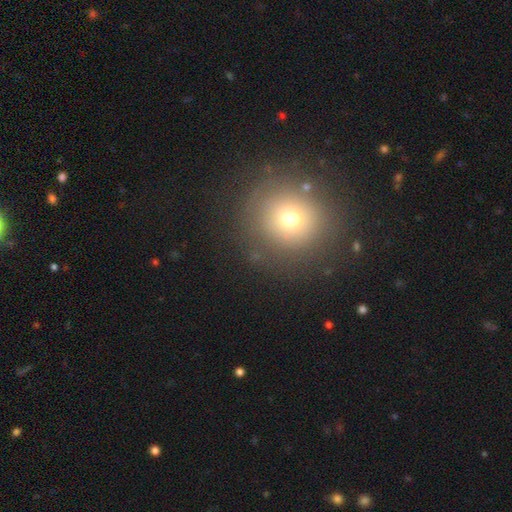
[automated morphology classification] The model was most divided on "smooth or featured": smooth: 61%, star or artifact: 23%, featured or disk: 16%. More confident: how rounded — round (90%); merging — none (86%).